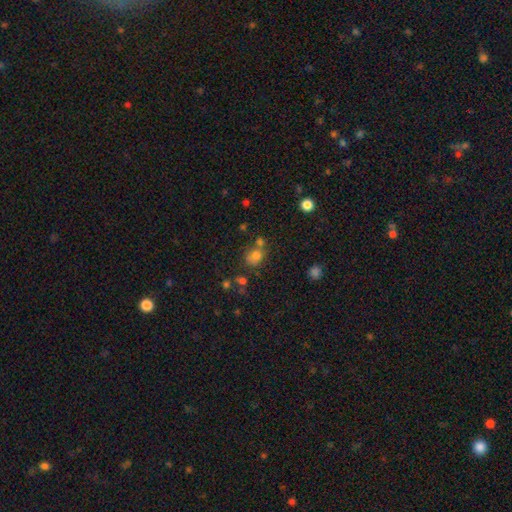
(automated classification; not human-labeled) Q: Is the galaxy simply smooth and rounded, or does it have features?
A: smooth — 74%.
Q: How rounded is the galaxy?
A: round — 58%.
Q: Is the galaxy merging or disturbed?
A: none — 53%.